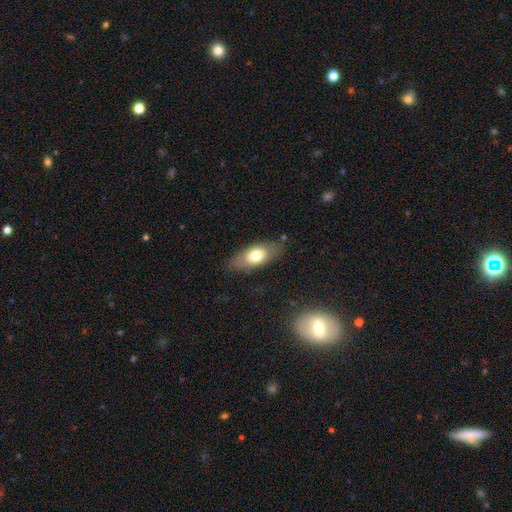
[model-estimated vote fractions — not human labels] Smooth or featured? smooth (65%)
How rounded? in between (81%)
Merging? none (78%)